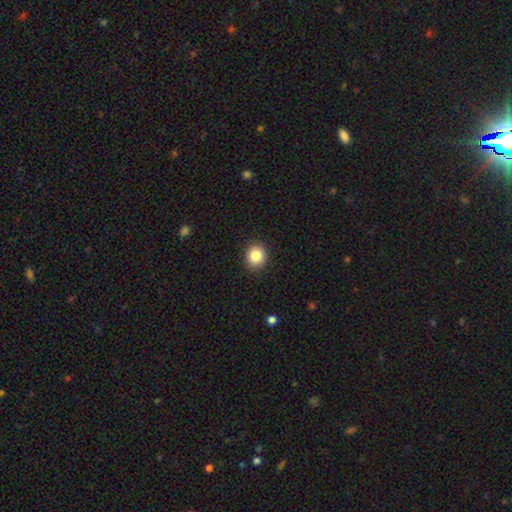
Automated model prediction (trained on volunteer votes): A smooth galaxy with no disk features (85%) that is round (73%). Merging: none (89%).